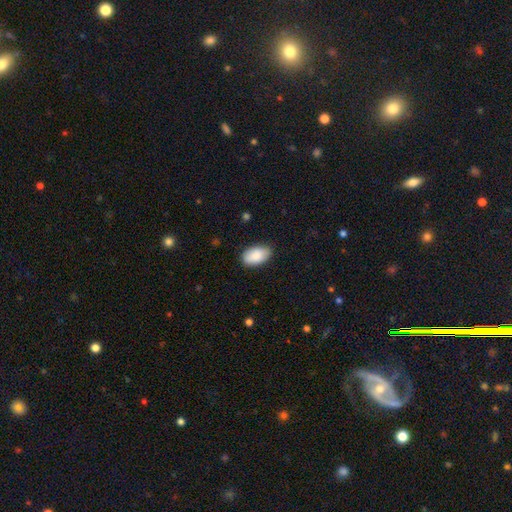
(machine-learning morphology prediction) Smooth or featured: smooth — 89% (star or artifact — 6%)
How rounded: in between — 94% (round — 4%)
Merging: none — 84% (minor disturbance — 13%)